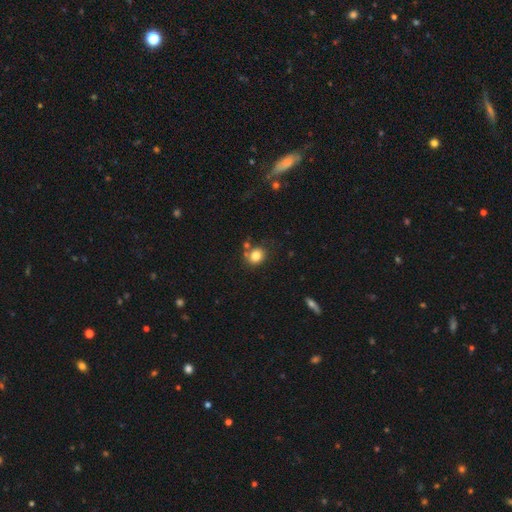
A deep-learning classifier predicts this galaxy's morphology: Q: Smooth or featured?
A: smooth (82%); runner-up: star or artifact (11%)
Q: How rounded?
A: round (68%); runner-up: in between (31%)
Q: Merging?
A: none (68%); runner-up: merger (14%)